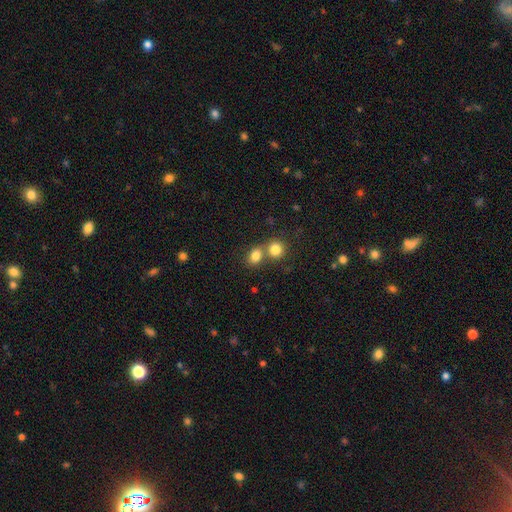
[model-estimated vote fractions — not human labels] This appears to be a smooth galaxy with no disk features (82%) that is round (50%). Merging: merger (44%, tied with none).